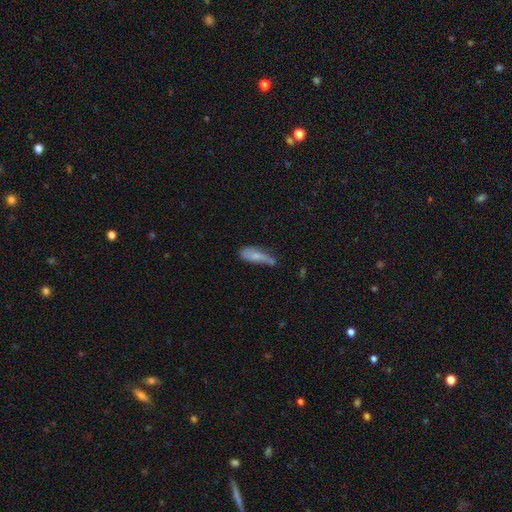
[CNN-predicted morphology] Smooth or featured?
  - smooth: 65% *
  - featured or disk: 28%
  - star or artifact: 7%
How rounded?
  - in between: 60% *
  - cigar-shaped: 38%
  - round: 3%
Merging?
  - minor disturbance: 38% *
  - none: 36%
  - major disturbance: 18%
  - merger: 8%